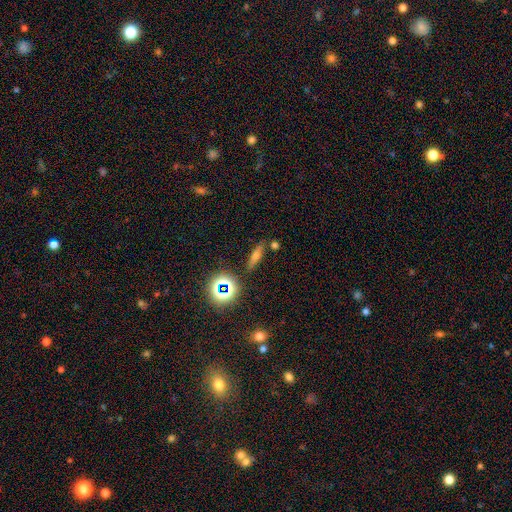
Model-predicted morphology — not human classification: Overall: smooth (44%; featured or disk 36%). Merging: none (81%).